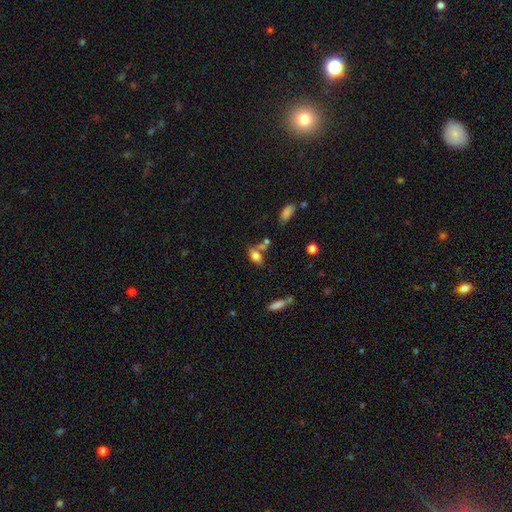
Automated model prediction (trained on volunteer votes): Q: Smooth or featured?
A: smooth (76%); runner-up: featured or disk (14%)
Q: How rounded?
A: in between (85%); runner-up: cigar-shaped (8%)
Q: Merging?
A: none (53%); runner-up: merger (25%)